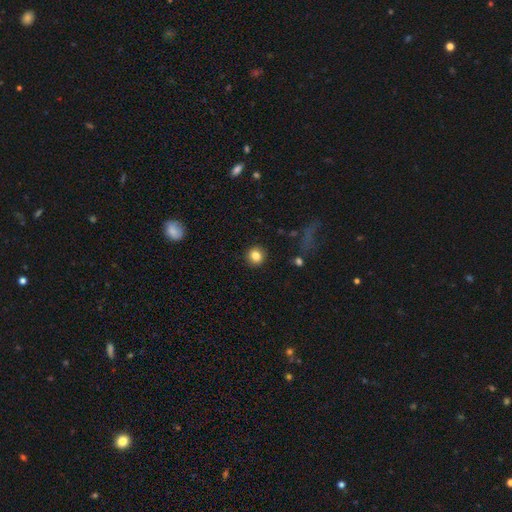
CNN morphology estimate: This is clearly a smooth galaxy (83%). How rounded: clearly round (89%). Merging: clearly none (91%).